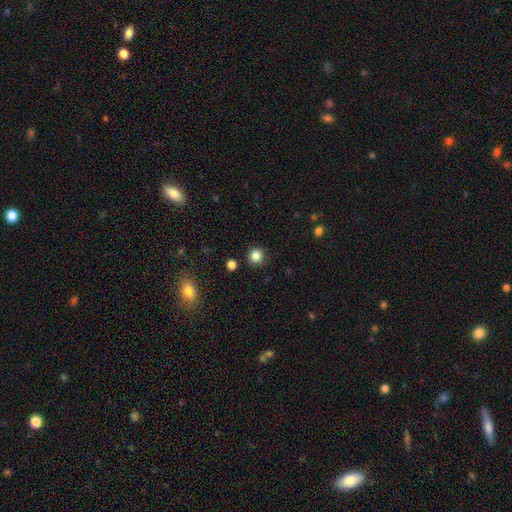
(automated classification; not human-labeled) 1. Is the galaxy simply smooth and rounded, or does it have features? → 85% smooth, 12% star or artifact, 4% featured or disk.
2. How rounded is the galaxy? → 93% round, 6% in between, 1% cigar-shaped.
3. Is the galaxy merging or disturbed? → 90% none, 6% minor disturbance, 2% major disturbance, 2% merger.